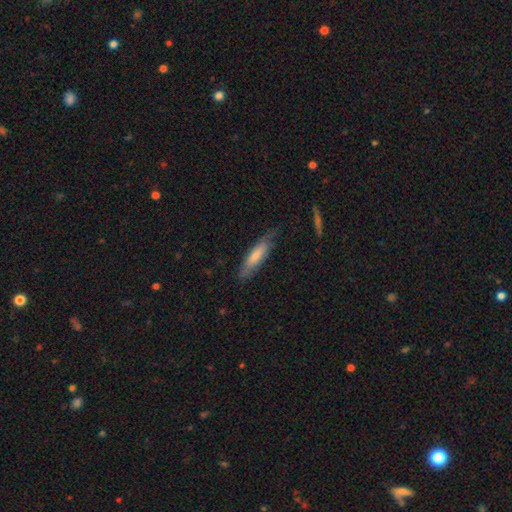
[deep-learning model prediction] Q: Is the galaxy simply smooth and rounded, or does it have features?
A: smooth — 70%.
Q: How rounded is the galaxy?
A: cigar-shaped — 68%.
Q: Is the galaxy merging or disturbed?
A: none — 69%.